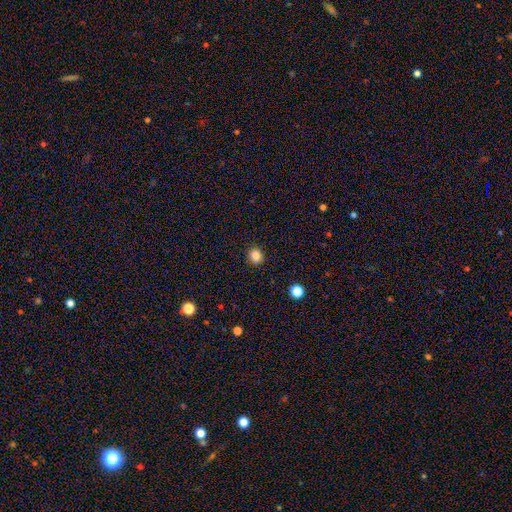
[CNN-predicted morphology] Smooth or featured? smooth (84%)
How rounded? round (81%)
Merging? none (91%)